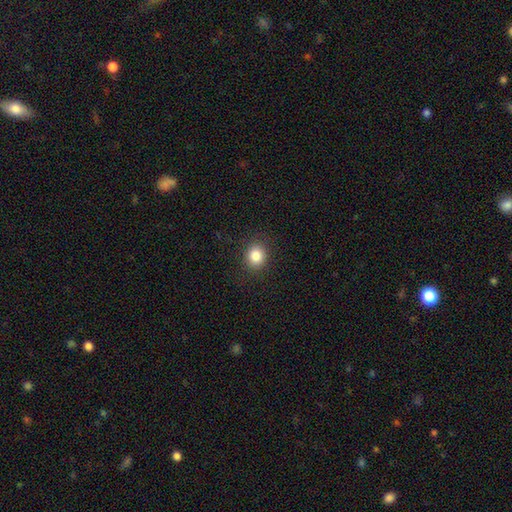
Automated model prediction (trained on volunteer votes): Overall: smooth (84%). How rounded: round (76%). Merging: none (90%).